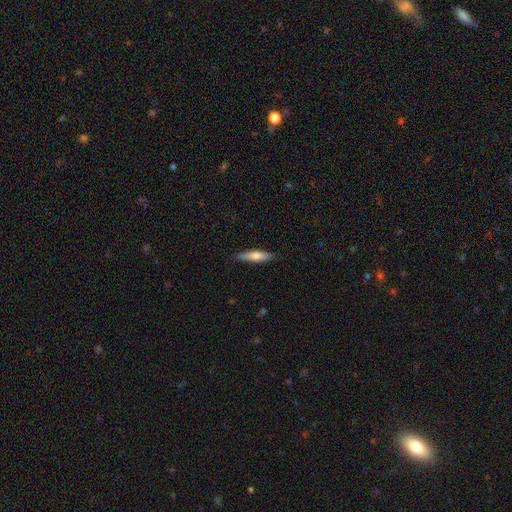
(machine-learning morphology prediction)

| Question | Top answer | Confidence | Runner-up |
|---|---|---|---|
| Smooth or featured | smooth | 60% | featured or disk (34%) |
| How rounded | cigar-shaped | 82% | in between (17%) |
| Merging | none | 88% | minor disturbance (9%) |